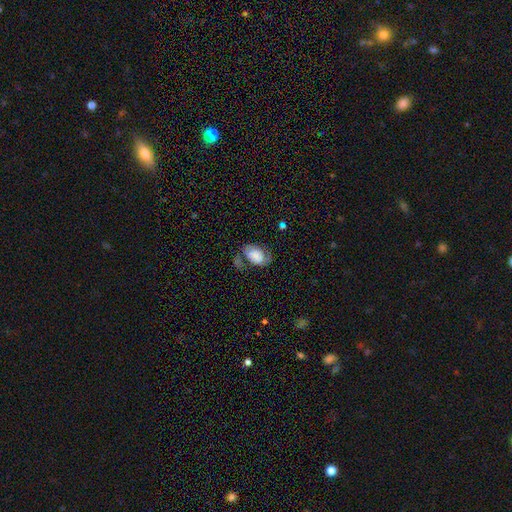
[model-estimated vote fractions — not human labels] Smooth or featured: smooth — 59% (featured or disk — 32%)
How rounded: in between — 88% (round — 11%)
Merging: none — 41% (minor disturbance — 27%)